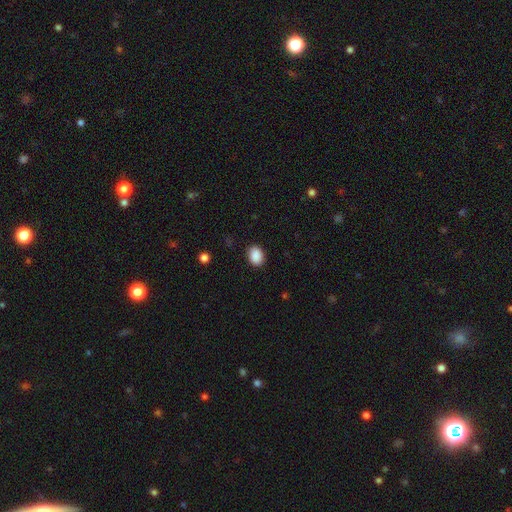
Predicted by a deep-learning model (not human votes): Overall: smooth (89%). How rounded: in between (67%; round 32%). Merging: none (88%).